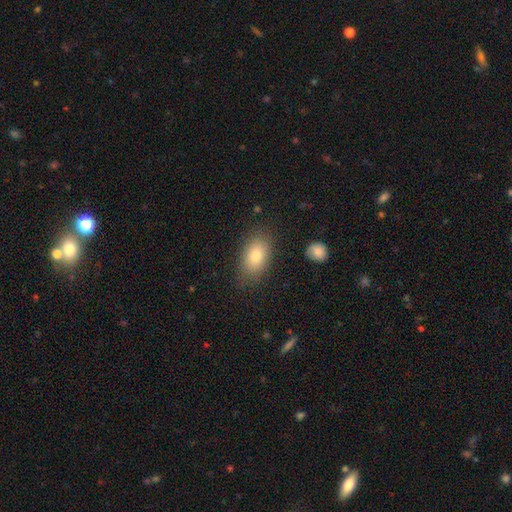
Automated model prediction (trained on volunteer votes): A smooth galaxy with no disk features (79%) that is in between round and cigar-shaped (87%). Merging: none (81%).